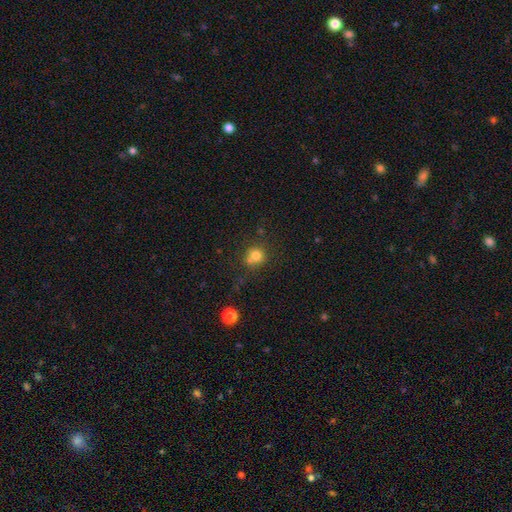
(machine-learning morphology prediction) Q: Smooth or featured?
A: smooth (77%); runner-up: star or artifact (13%)
Q: How rounded?
A: round (87%); runner-up: in between (12%)
Q: Merging?
A: none (58%); runner-up: merger (26%)